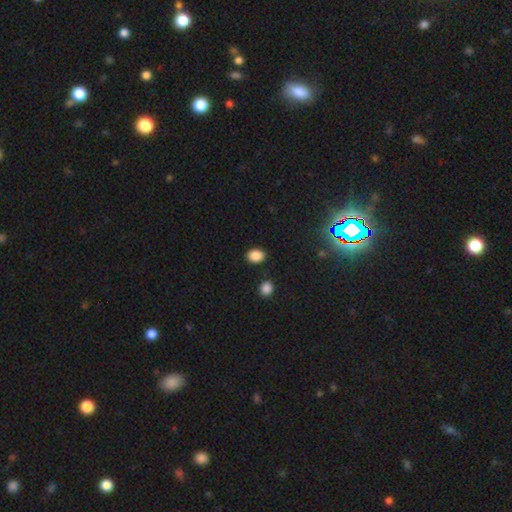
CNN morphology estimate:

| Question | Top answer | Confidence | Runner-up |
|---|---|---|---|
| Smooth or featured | smooth | 86% | star or artifact (10%) |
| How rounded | in between | 67% | round (32%) |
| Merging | none | 86% | minor disturbance (9%) |